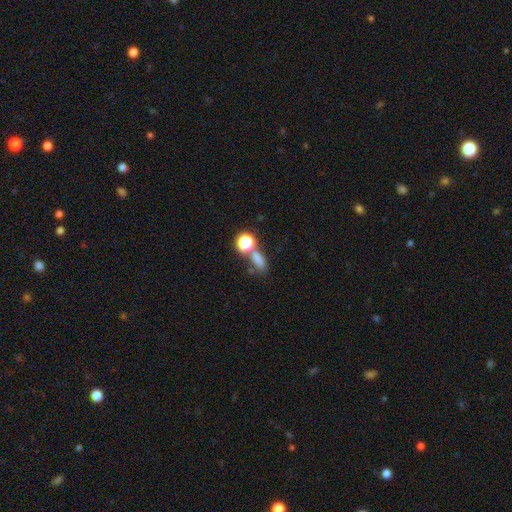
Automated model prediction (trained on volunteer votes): This is likely a smooth galaxy (62%). How rounded: possibly in between (54%). Merging: possibly none (51%).